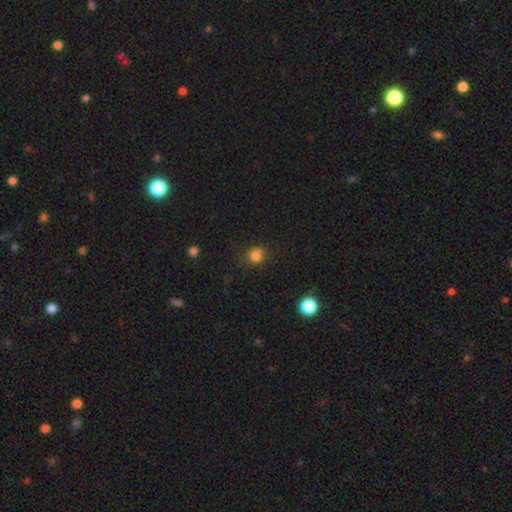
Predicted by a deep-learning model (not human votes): Q: Smooth or featured?
A: smooth (80%); runner-up: star or artifact (15%)
Q: How rounded?
A: round (80%); runner-up: in between (19%)
Q: Merging?
A: none (77%); runner-up: minor disturbance (15%)